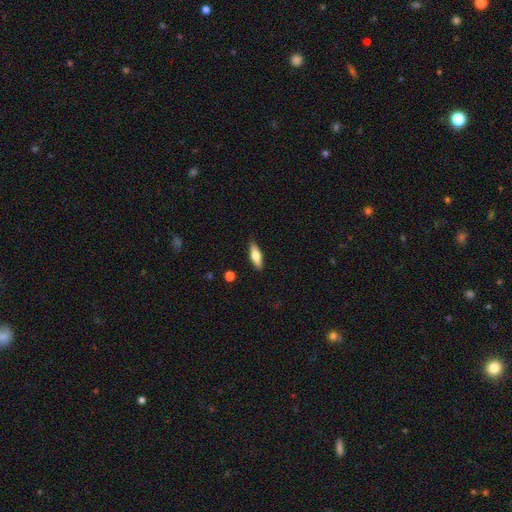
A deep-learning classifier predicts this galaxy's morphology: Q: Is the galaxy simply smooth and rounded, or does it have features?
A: smooth — 67%.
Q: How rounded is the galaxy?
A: in between — 53%.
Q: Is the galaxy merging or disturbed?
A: none — 87%.